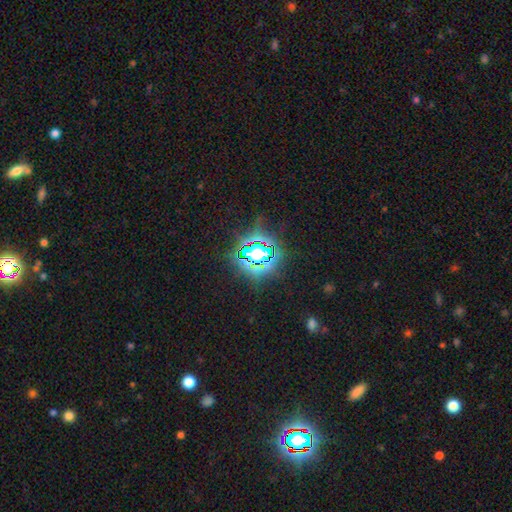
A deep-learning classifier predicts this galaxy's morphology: type=star or artifact (81%).